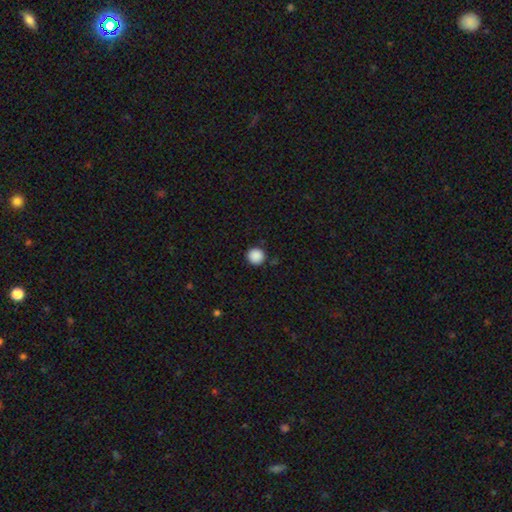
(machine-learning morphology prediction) Smooth or featured: smooth — 89% (star or artifact — 9%)
How rounded: round — 94% (in between — 5%)
Merging: none — 90% (minor disturbance — 7%)